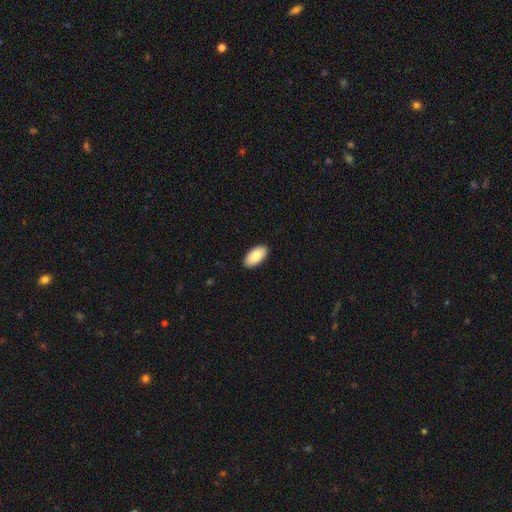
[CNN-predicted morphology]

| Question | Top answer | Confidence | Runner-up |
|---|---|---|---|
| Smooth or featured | smooth | 86% | featured or disk (8%) |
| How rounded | in between | 95% | cigar-shaped (3%) |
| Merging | none | 90% | minor disturbance (7%) |